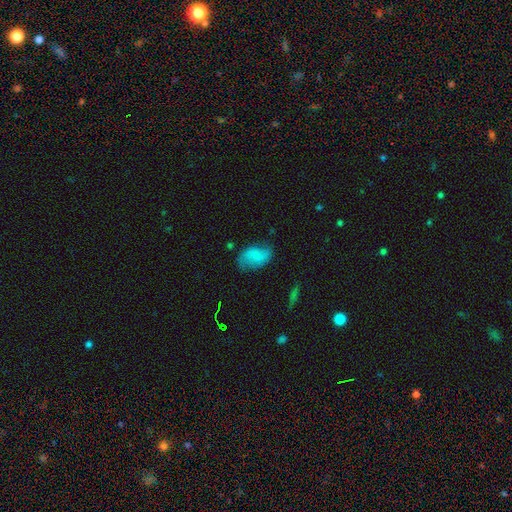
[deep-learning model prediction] Morphology: type=smooth (50%); merging=none (64%).